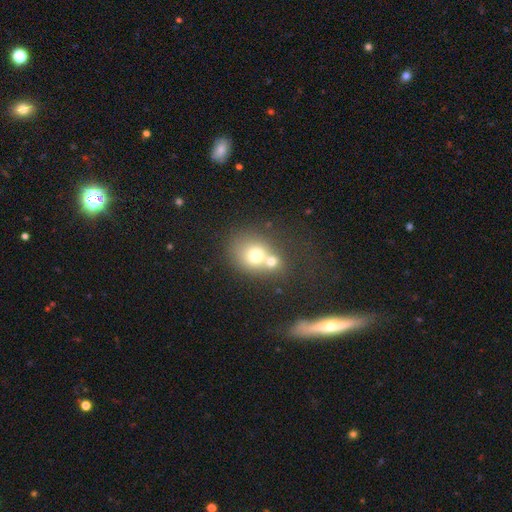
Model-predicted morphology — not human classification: Smooth or featured? smooth (67%)
How rounded? round (71%)
Merging? merger (59%)